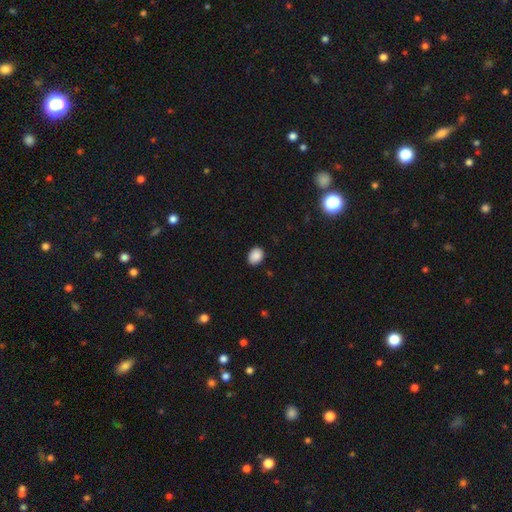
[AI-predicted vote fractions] A smooth galaxy with no disk features (89%) that is in between round and cigar-shaped (64%). Merging: none (87%).